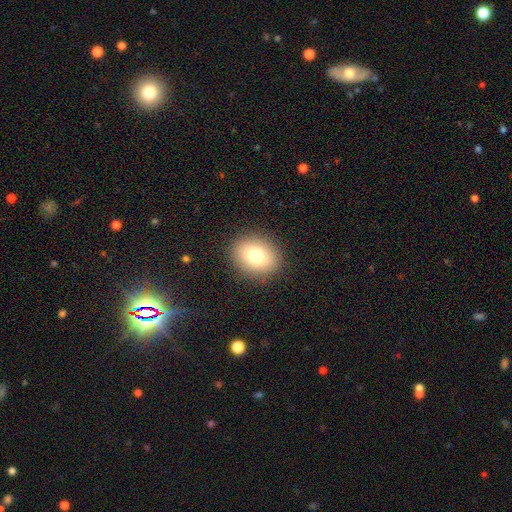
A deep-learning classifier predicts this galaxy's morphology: type=smooth (78%); roundness=in between (51%); merging=none (89%).